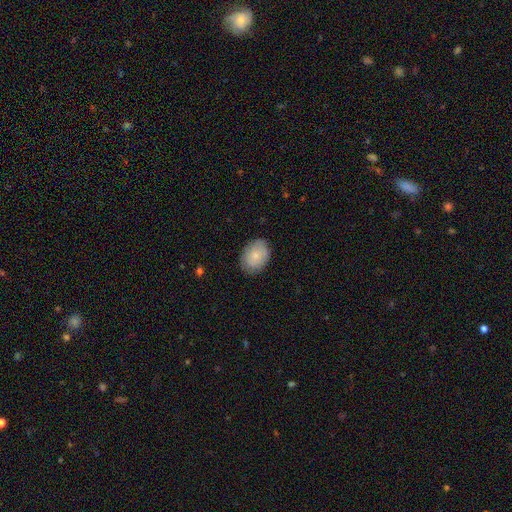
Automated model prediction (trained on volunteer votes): Smooth or featured? Predicted: smooth (p=0.77). How rounded? Predicted: in between (p=0.73). Merging? Predicted: none (p=0.82).